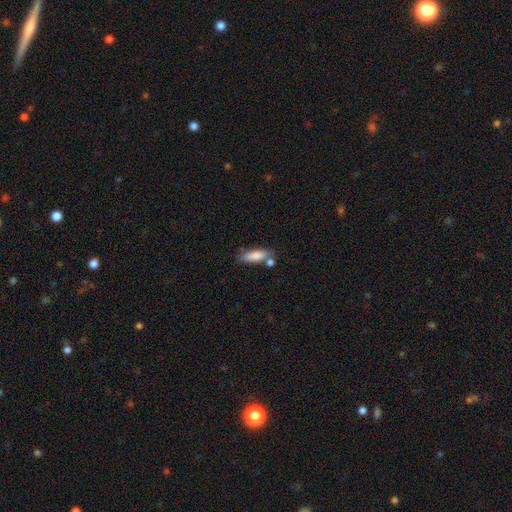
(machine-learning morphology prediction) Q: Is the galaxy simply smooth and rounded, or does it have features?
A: smooth — 83%.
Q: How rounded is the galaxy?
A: in between — 57%.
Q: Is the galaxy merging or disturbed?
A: none — 64%.